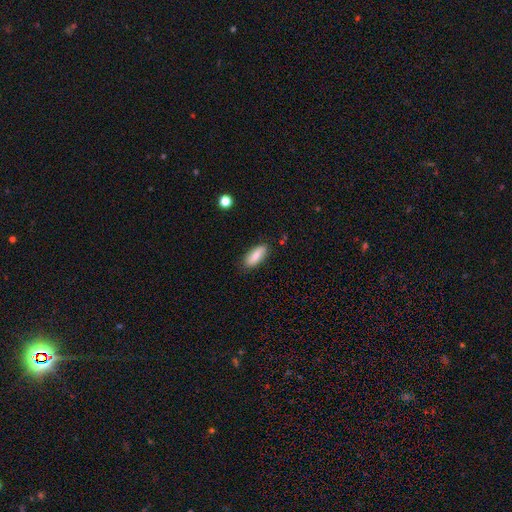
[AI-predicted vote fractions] Smooth or featured?
  - smooth: 79% *
  - featured or disk: 15%
  - star or artifact: 7%
How rounded?
  - in between: 77% *
  - cigar-shaped: 21%
  - round: 2%
Merging?
  - none: 83% *
  - minor disturbance: 13%
  - major disturbance: 2%
  - merger: 2%